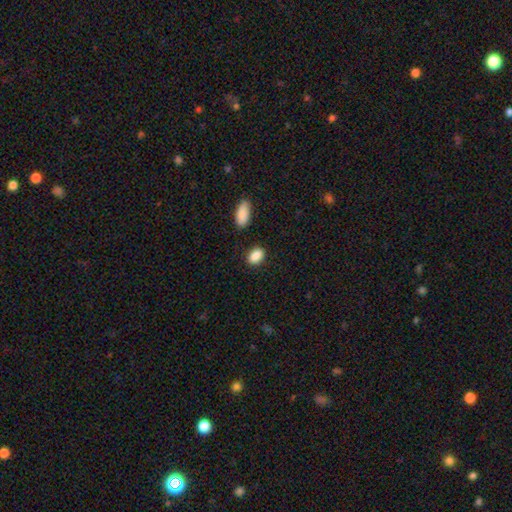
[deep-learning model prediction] Morphology: type=smooth (88%); roundness=in between (83%); merging=none (84%).